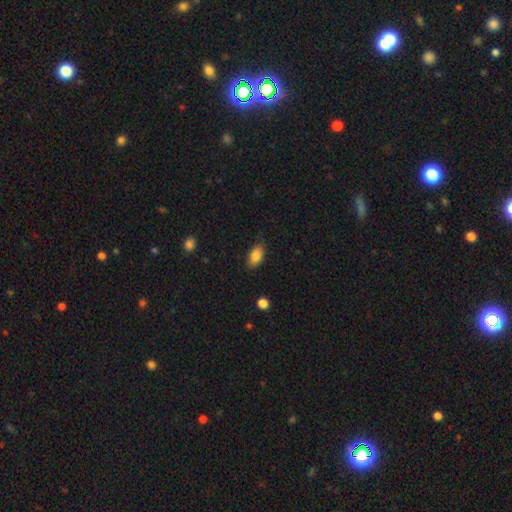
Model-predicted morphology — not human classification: Q: Smooth or featured?
A: smooth (85%); runner-up: star or artifact (8%)
Q: How rounded?
A: in between (90%); runner-up: round (6%)
Q: Merging?
A: none (81%); runner-up: minor disturbance (15%)